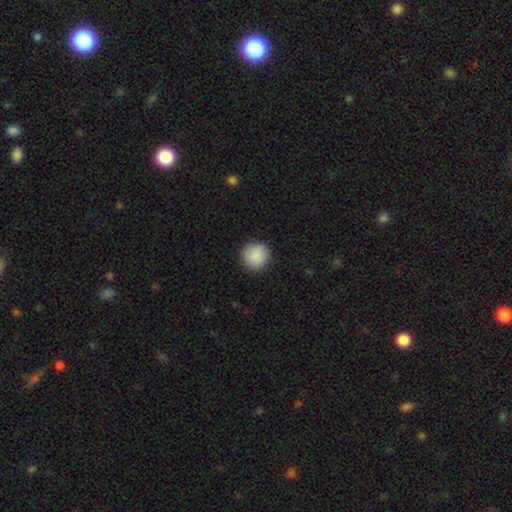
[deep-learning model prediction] Q: Smooth or featured?
A: smooth (89%); runner-up: star or artifact (7%)
Q: How rounded?
A: round (95%); runner-up: in between (4%)
Q: Merging?
A: none (92%); runner-up: minor disturbance (6%)